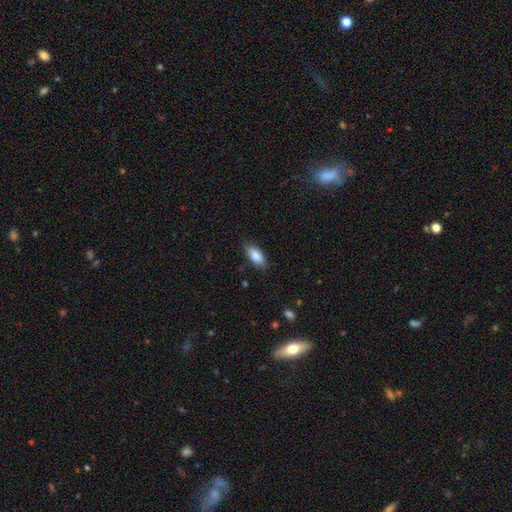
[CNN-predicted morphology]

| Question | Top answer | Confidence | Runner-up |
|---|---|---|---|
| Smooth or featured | smooth | 87% | featured or disk (7%) |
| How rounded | in between | 87% | cigar-shaped (11%) |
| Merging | none | 82% | minor disturbance (14%) |